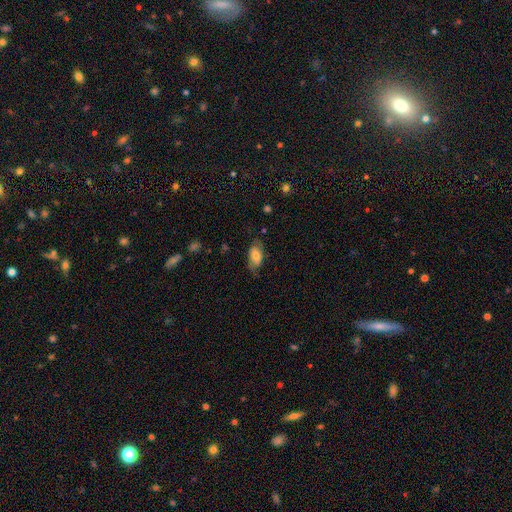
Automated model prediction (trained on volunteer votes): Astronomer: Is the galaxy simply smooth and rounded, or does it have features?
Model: smooth — 59%.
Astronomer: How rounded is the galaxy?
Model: in between — 90%.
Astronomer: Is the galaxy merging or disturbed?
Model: none — 67%.